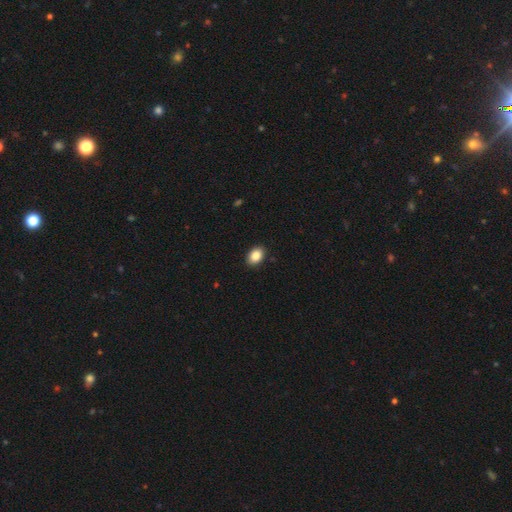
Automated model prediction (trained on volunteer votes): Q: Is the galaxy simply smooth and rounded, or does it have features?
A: smooth — 87%.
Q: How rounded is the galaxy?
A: in between — 79%.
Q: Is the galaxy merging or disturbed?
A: none — 90%.